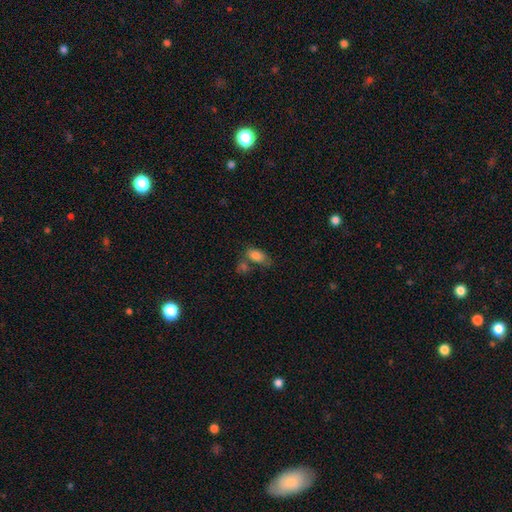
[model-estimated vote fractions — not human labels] Smooth or featured? smooth (82%)
How rounded? in between (89%)
Merging? none (42%)